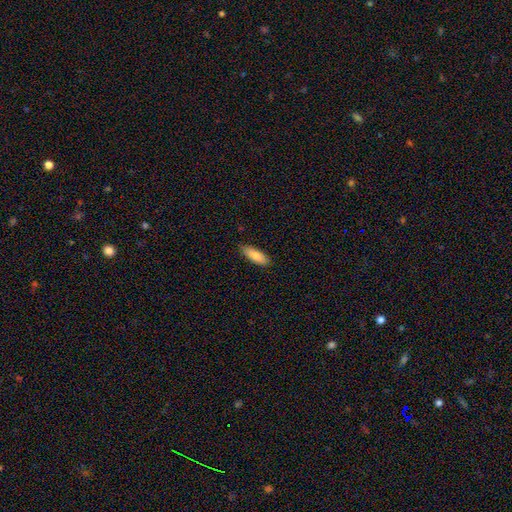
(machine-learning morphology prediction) Smooth or featured: smooth — 84% (featured or disk — 10%)
How rounded: in between — 61% (cigar-shaped — 38%)
Merging: none — 86% (minor disturbance — 11%)